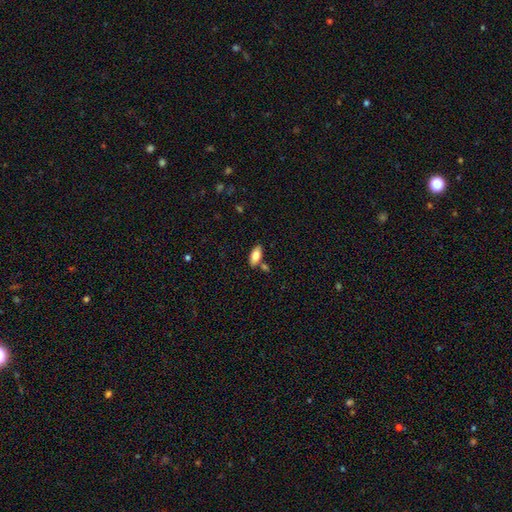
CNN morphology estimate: smooth 76%, featured or disk 18%, star or artifact 7%. Down the decision tree: how rounded — in between (88%); merging — none (77%).